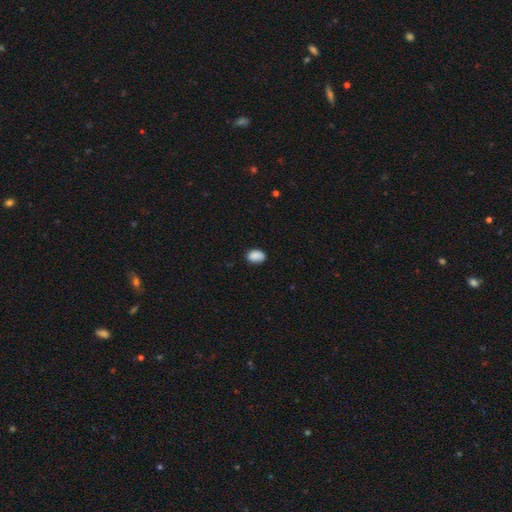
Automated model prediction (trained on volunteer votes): A smooth galaxy with no disk features (88%) that is in between round and cigar-shaped (78%). Merging: none (84%).